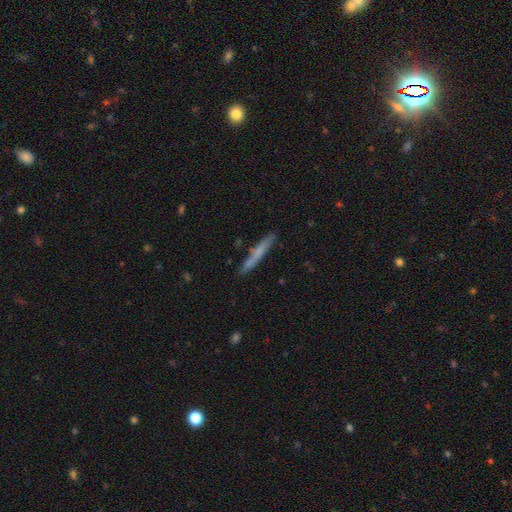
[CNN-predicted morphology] Smooth or featured? Predicted: smooth (p=0.59). How rounded? Predicted: cigar-shaped (p=0.95). Merging? Predicted: none (p=0.83).